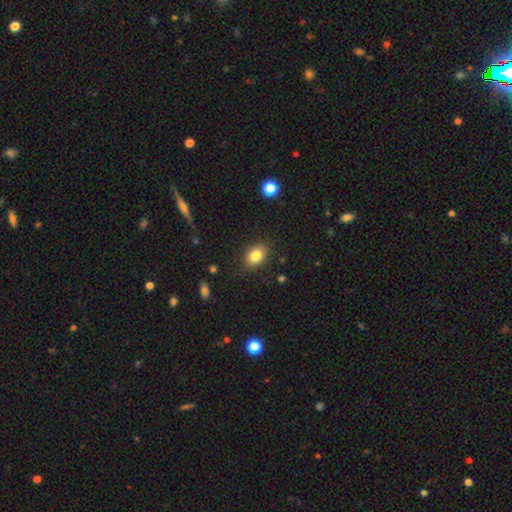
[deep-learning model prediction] Overall: smooth (82%). How rounded: in between (74%). Merging: none (86%).